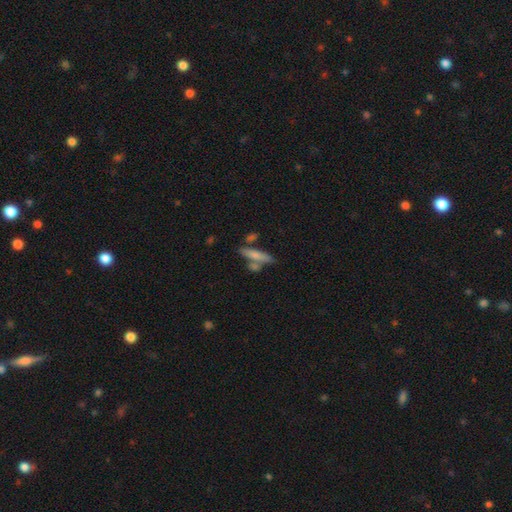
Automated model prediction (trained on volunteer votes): A smooth galaxy with no disk features (66%) that is cigar-shaped (77%). Merging: none (59%).